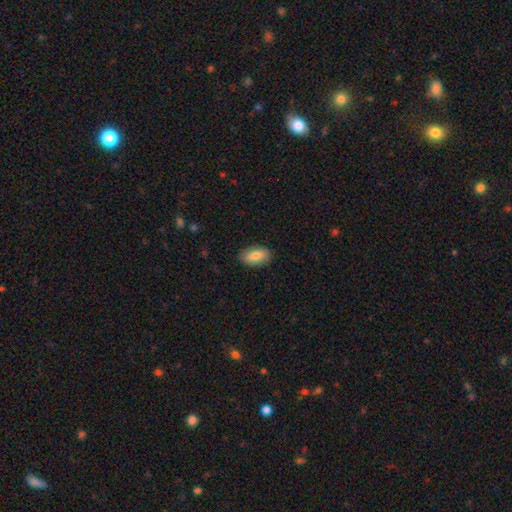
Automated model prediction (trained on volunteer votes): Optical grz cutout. It shows a smooth galaxy with no disk features (80%) that is in between round and cigar-shaped (92%). Merging: none (87%).